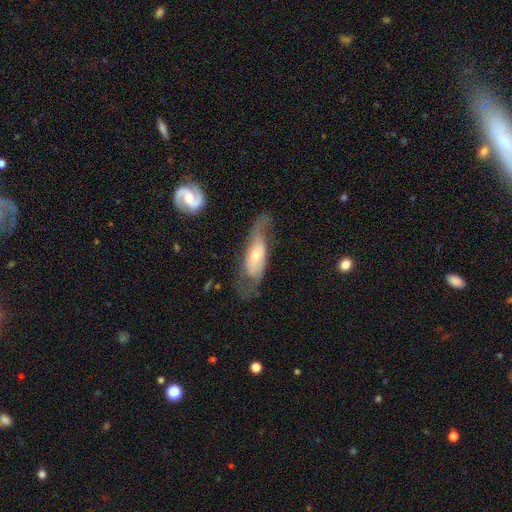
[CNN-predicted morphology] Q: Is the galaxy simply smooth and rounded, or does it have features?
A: featured or disk — 61%.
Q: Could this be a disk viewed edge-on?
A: no — 76%.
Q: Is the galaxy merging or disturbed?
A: none — 47%.